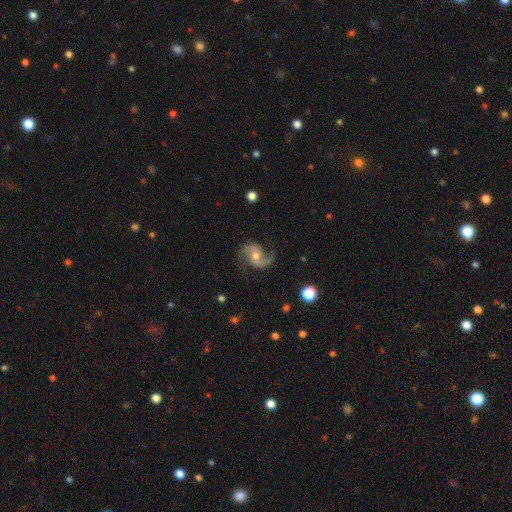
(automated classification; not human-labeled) A featured or disk galaxy (86%) with no bar (49%), 2 (83%) loose (49%) spiral arms (97%) and a moderate central bulge (61%).

Vote fractions:
- Smooth or featured? featured or disk: 86% / smooth: 8% / star or artifact: 6%
- Edge-on disk? no: 98% / yes: 2%
- Bar? no: 49% / weak: 40% / strong: 11%
- Spiral arms? yes: 97% / no: 3%
- Spiral winding? loose: 49% / medium: 41% / tight: 9%
- Spiral arm count? 2: 83% / 1: 11% / can't tell: 3% / 3: 1% / 4: 1% / more than 4: 1%
- Bulge size? moderate: 61% / small: 30% / large: 5% / none: 3% / dominant: 1%
- Merging? none: 67% / minor disturbance: 17% / major disturbance: 13% / merger: 2%